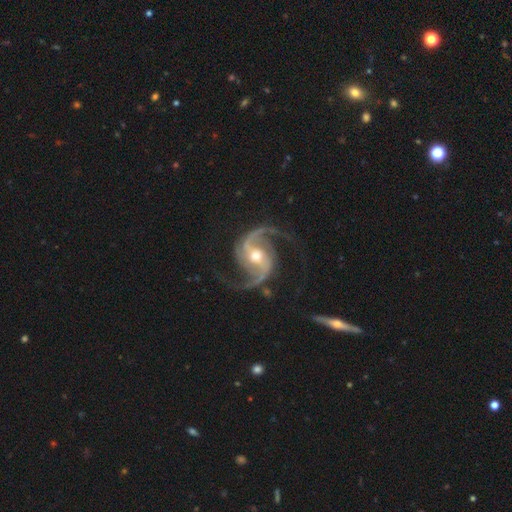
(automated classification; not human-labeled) Overall: featured or disk (94%). Edge-on disk: no (98%). Bar: weak (39%; strong 33%). Spiral arms: yes (99%). Spiral arm count: 2 (90%). Spiral winding: medium (53%; loose 36%). Bulge size: moderate (64%; small 30%). Merging: none (79%).